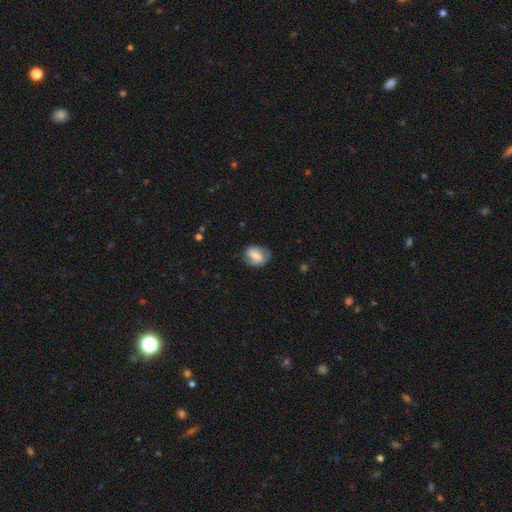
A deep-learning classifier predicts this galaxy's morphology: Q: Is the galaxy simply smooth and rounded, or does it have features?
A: featured or disk — 47%.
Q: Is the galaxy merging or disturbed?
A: none — 66%.